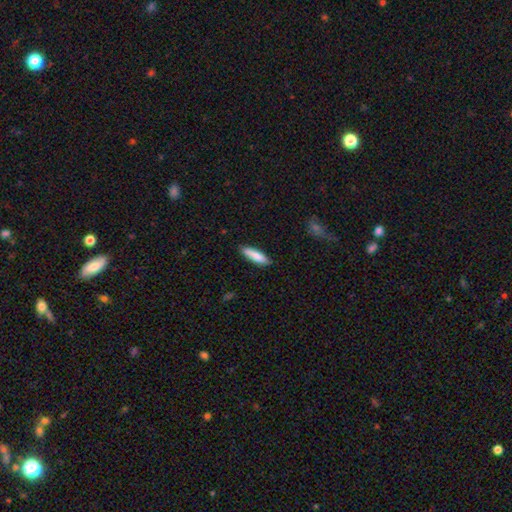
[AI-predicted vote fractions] smooth-or-featured: smooth: 82% | featured or disk: 12% | star or artifact: 6%
  how-rounded: cigar-shaped: 72% | in between: 27% | round: 1%
  merging: none: 86% | minor disturbance: 11% | major disturbance: 2% | merger: 2%